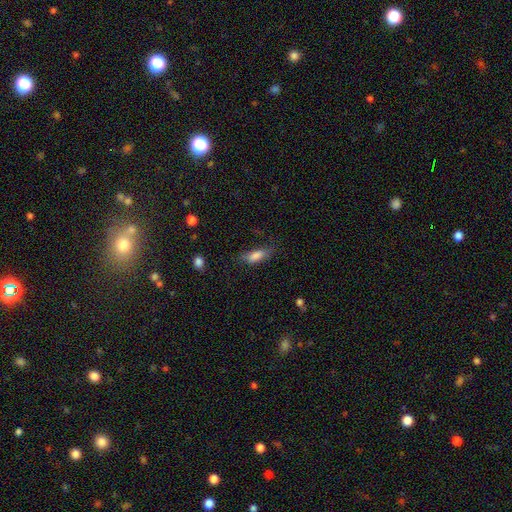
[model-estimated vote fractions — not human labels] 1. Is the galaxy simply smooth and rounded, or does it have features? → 79% smooth, 12% featured or disk, 8% star or artifact.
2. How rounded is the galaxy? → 66% in between, 31% cigar-shaped, 3% round.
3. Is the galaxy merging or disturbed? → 58% none, 28% minor disturbance, 12% major disturbance, 2% merger.